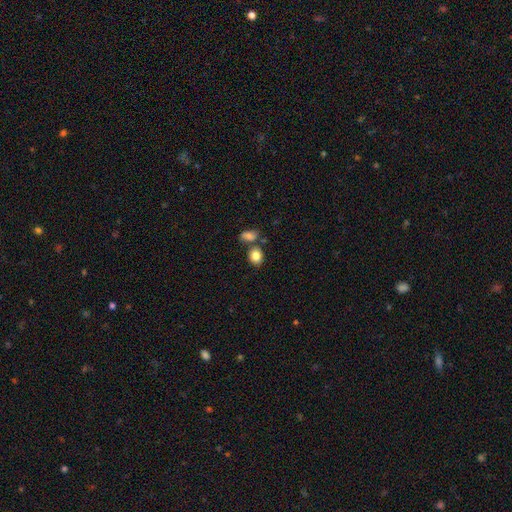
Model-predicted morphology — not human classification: This appears to be a smooth galaxy with no disk features (84%) that is round (52%). Merging: none (64%).